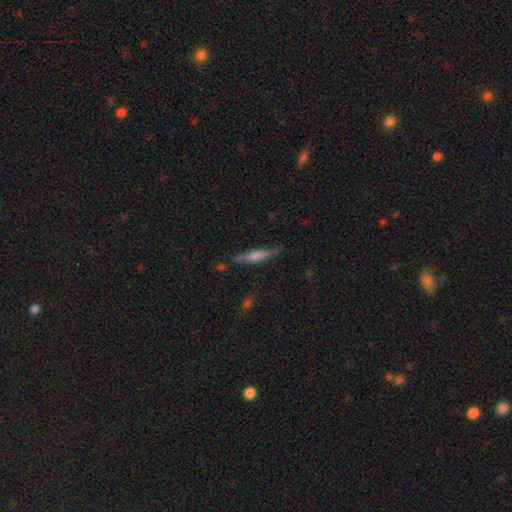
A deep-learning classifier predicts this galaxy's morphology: smooth_or_featured: featured or disk (p=0.60) [alt: smooth p=0.31]
disk_edge_on: yes (p=0.93) [alt: no p=0.07]
edge_on_bulge: rounded (p=0.57) [alt: boxy p=0.25]
merging: none (p=0.80) [alt: minor disturbance p=0.14]